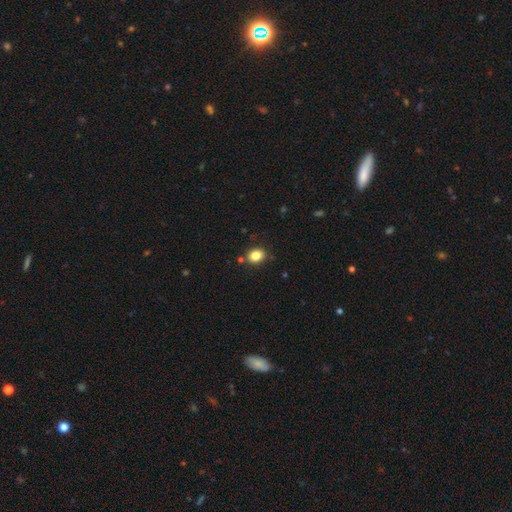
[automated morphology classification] A smooth galaxy with no disk features (85%) that is in between round and cigar-shaped (58%). Merging: none (84%).